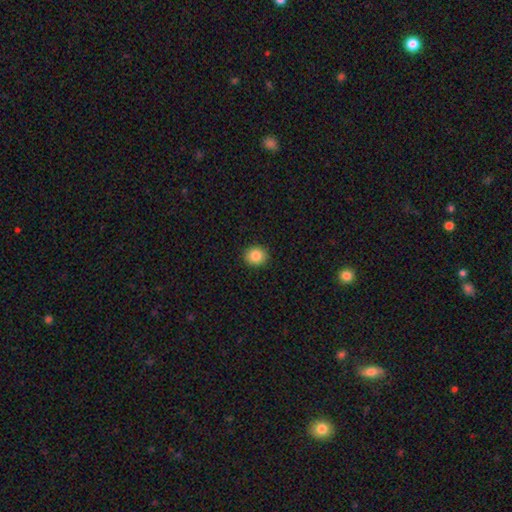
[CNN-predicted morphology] A smooth galaxy with no disk features (86%) that is round (81%). Merging: none (91%).